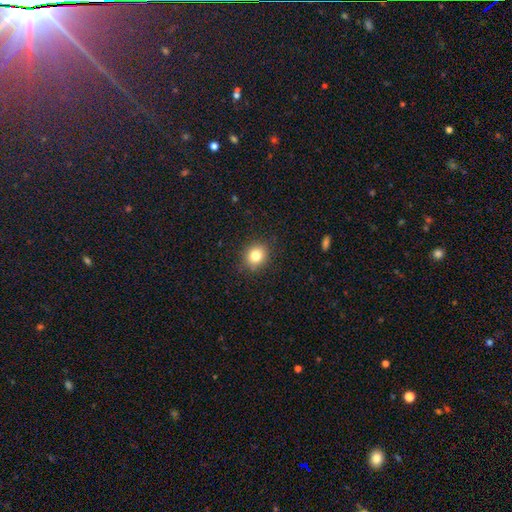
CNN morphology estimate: smooth-or-featured: smooth: 82% | star or artifact: 11% | featured or disk: 7%
  how-rounded: round: 74% | in between: 25% | cigar-shaped: 1%
  merging: none: 88% | minor disturbance: 8% | major disturbance: 3% | merger: 1%